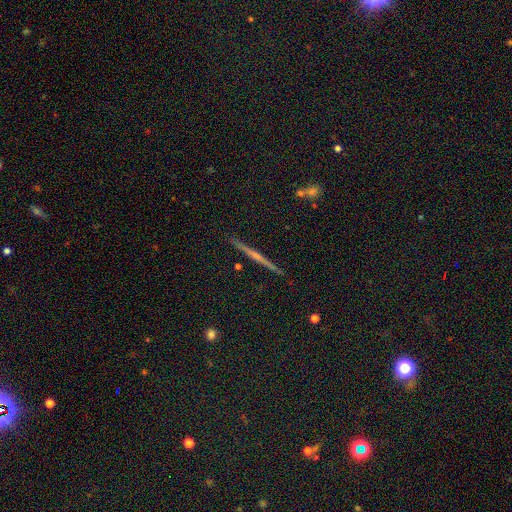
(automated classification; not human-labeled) Smooth or featured? Predicted: featured or disk (p=0.71). Edge-on disk? Predicted: yes (p=0.98). Edge-on bulge? Predicted: rounded (p=0.53). Merging? Predicted: none (p=0.92).